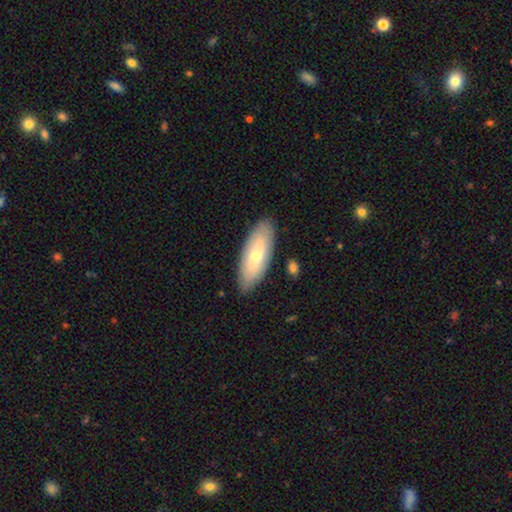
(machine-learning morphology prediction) smooth-or-featured: smooth: 61% | featured or disk: 33% | star or artifact: 6%
  how-rounded: in between: 72% | cigar-shaped: 26% | round: 2%
  merging: none: 87% | minor disturbance: 10% | major disturbance: 2% | merger: 2%